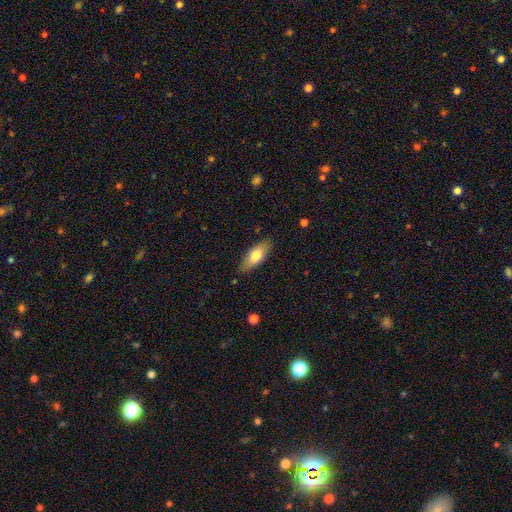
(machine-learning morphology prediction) smooth-or-featured: smooth: 74% | featured or disk: 20% | star or artifact: 6%
  how-rounded: in between: 78% | cigar-shaped: 20% | round: 2%
  merging: none: 82% | minor disturbance: 14% | major disturbance: 3% | merger: 1%